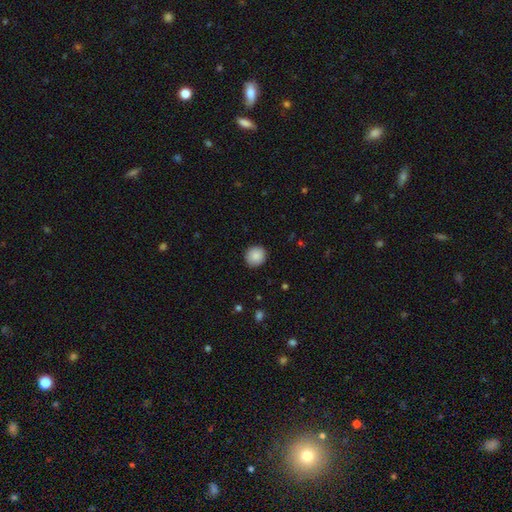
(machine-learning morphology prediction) Smooth or featured: smooth — 88% (star or artifact — 8%)
How rounded: round — 91% (in between — 8%)
Merging: none — 91% (minor disturbance — 7%)